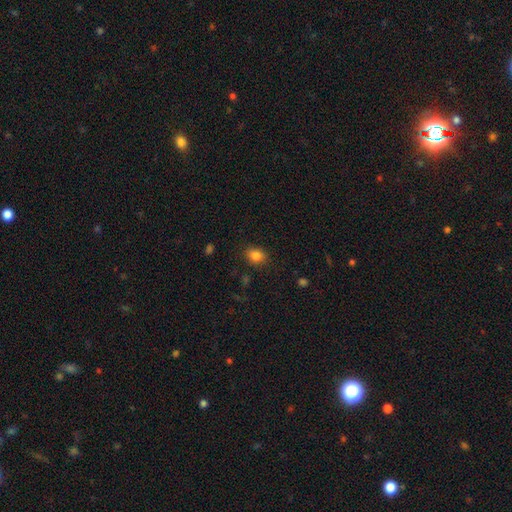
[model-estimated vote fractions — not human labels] smooth_or_featured: smooth (p=0.84) [alt: star or artifact p=0.11]
how_rounded: in between (p=0.55) [alt: round p=0.44]
merging: none (p=0.84) [alt: minor disturbance p=0.11]